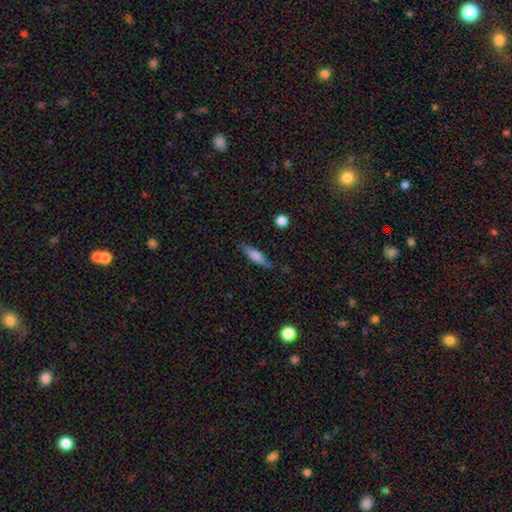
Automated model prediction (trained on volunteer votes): Morphology: type=smooth (56%); roundness=cigar-shaped (70%); merging=none (75%).